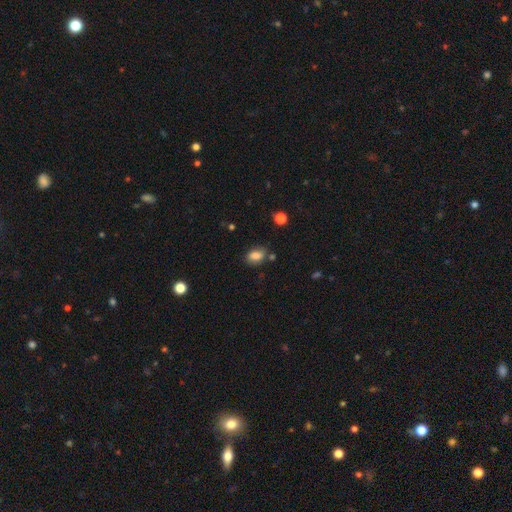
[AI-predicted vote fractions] Overall: smooth (82%). How rounded: in between (78%). Merging: none (72%).